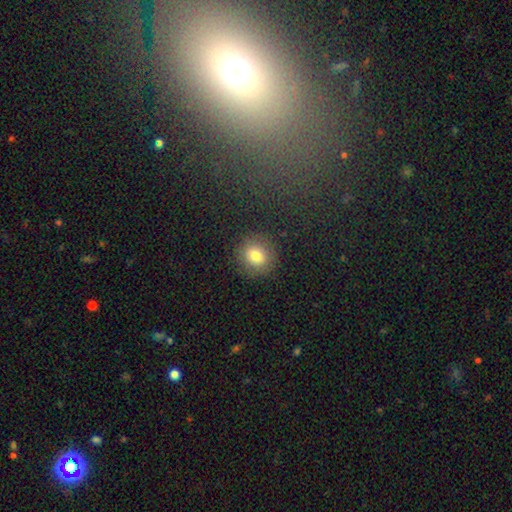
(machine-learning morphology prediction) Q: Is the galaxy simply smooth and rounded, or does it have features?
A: smooth — 78%.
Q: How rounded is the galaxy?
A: round — 83%.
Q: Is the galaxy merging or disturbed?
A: none — 86%.